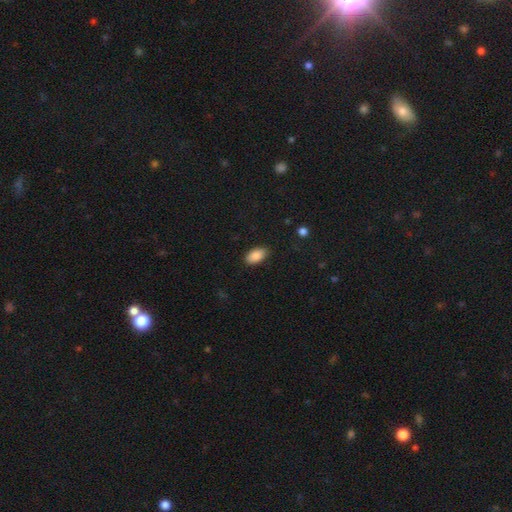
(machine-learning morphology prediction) Smooth or featured? smooth (87%)
How rounded? in between (93%)
Merging? none (87%)